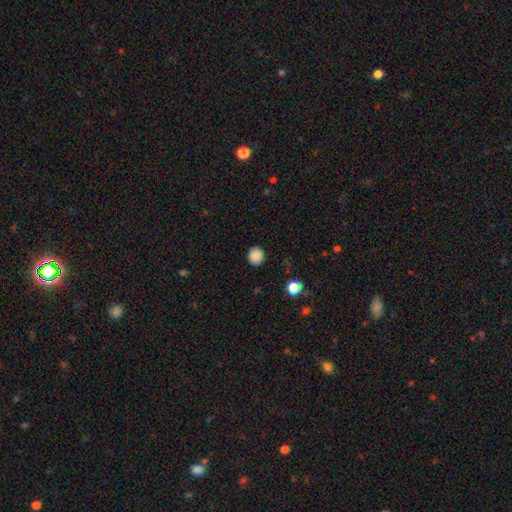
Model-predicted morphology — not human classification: A smooth galaxy with no disk features (87%) that is round (87%). Merging: none (90%).